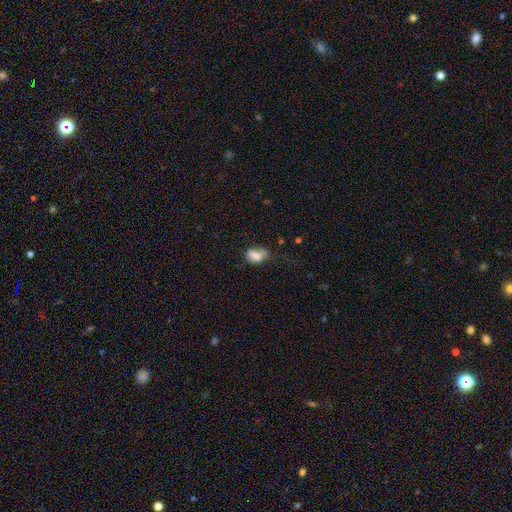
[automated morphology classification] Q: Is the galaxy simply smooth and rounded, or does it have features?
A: smooth — 76%.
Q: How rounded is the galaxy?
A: in between — 79%.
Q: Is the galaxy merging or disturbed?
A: minor disturbance — 36%.